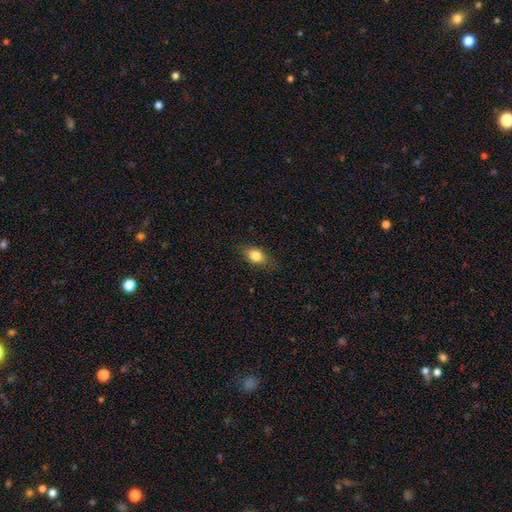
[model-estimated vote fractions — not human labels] Smooth or featured? smooth (81%)
How rounded? in between (80%)
Merging? none (79%)